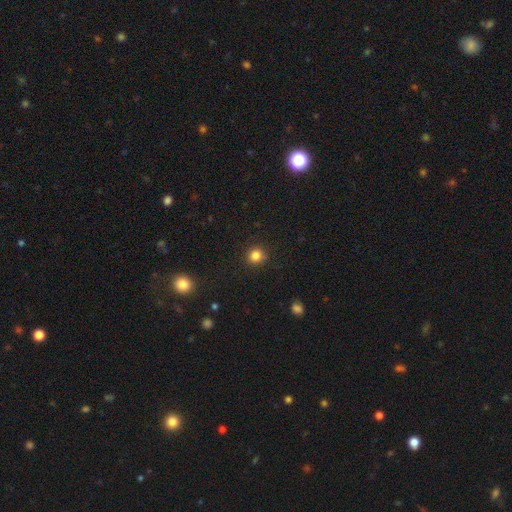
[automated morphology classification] This appears to be a smooth galaxy with no disk features (84%) that is round (89%). Merging: none (90%).